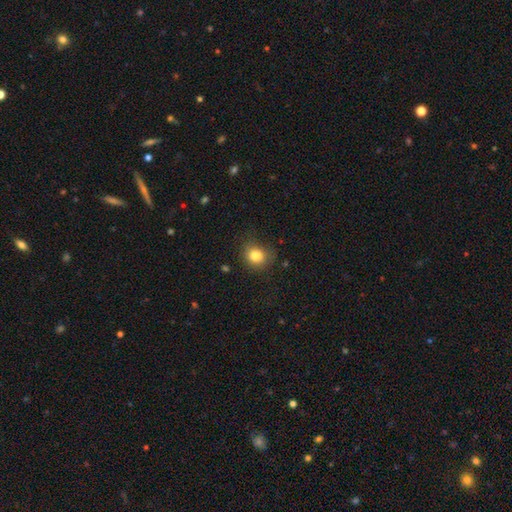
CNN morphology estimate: A smooth galaxy with no disk features (82%) that is round (75%).

Vote fractions:
- Smooth or featured? smooth: 82% / star or artifact: 11% / featured or disk: 7%
- How rounded? round: 75% / in between: 24% / cigar-shaped: 1%
- Merging? none: 77% / minor disturbance: 17% / major disturbance: 5% / merger: 2%